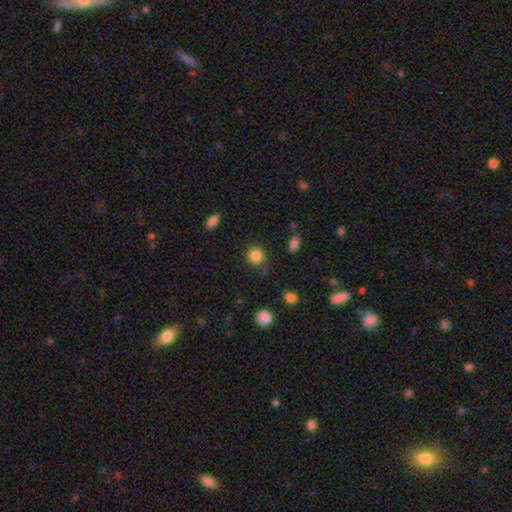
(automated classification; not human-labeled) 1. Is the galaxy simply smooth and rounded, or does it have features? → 85% smooth, 10% star or artifact, 5% featured or disk.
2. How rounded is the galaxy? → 87% round, 12% in between, 1% cigar-shaped.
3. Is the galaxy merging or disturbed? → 86% none, 9% minor disturbance, 3% major disturbance, 3% merger.